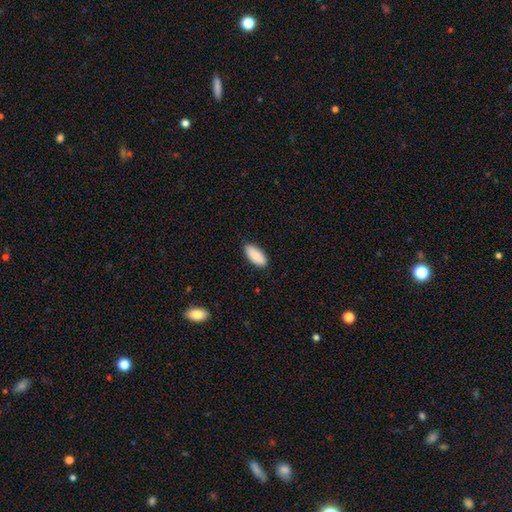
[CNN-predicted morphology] smooth 90%, star or artifact 6%, featured or disk 5%. Down the decision tree: how rounded — in between (87%); merging — none (85%).